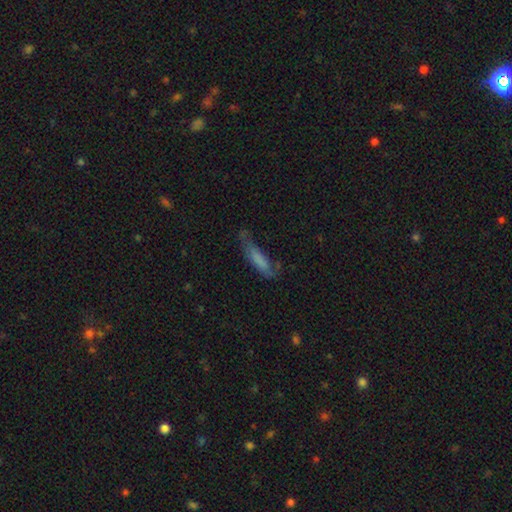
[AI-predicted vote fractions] Smooth or featured?
  - smooth: 65% *
  - featured or disk: 26%
  - star or artifact: 10%
How rounded?
  - cigar-shaped: 68% *
  - in between: 30%
  - round: 2%
Merging?
  - none: 45% *
  - minor disturbance: 31%
  - major disturbance: 20%
  - merger: 4%